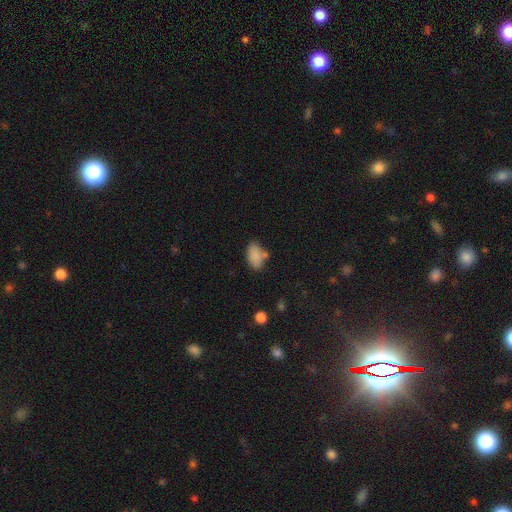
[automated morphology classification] A smooth galaxy with no disk features (84%) that is in between round and cigar-shaped (90%). Merging: none (62%).